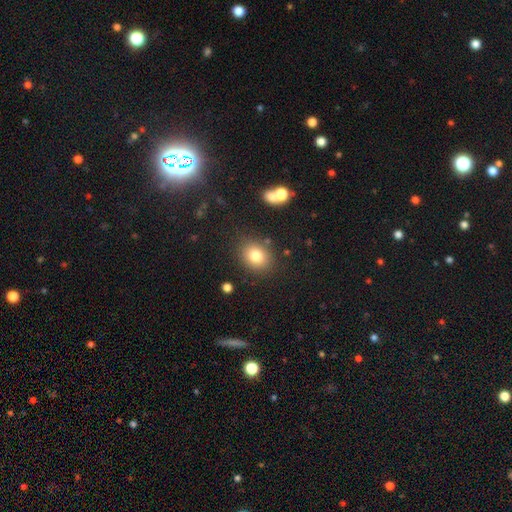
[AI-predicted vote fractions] Smooth or featured? smooth (79%)
How rounded? round (56%)
Merging? none (82%)